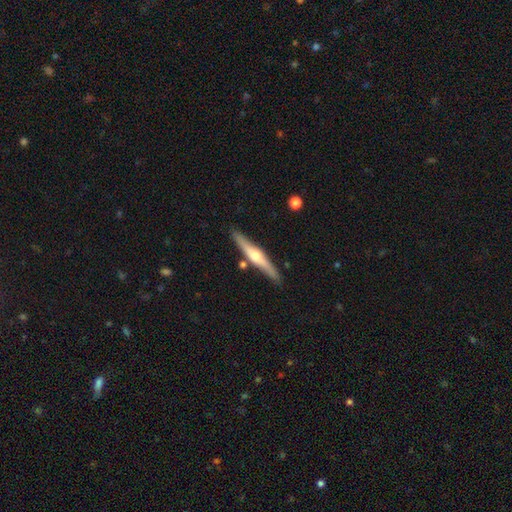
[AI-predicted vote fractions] This is likely a featured or disk galaxy (64%). It is clearly viewed edge-on (96%). Edge-on bulge: clearly rounded (92%). Merging: clearly none (85%).